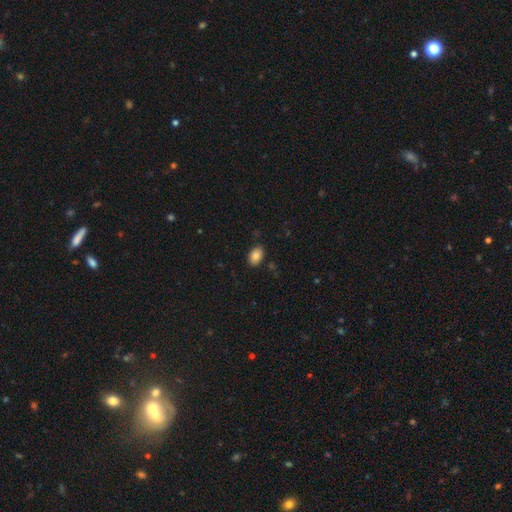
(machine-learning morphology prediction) This appears to be a smooth galaxy with no disk features (82%) that is in between round and cigar-shaped (87%). Merging: none (85%).